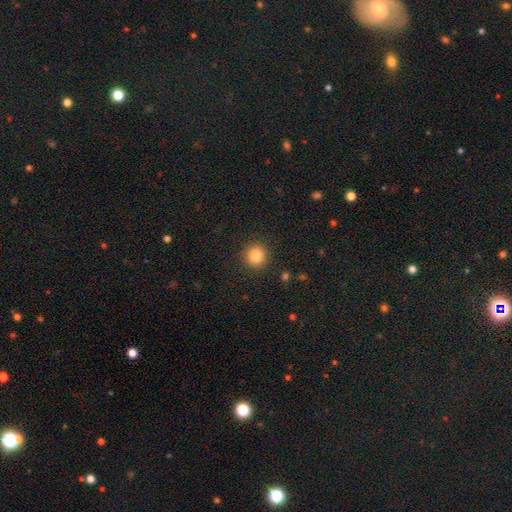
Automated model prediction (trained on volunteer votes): Smooth or featured: smooth — 83% (star or artifact — 11%)
How rounded: round — 94% (in between — 5%)
Merging: none — 92% (minor disturbance — 5%)